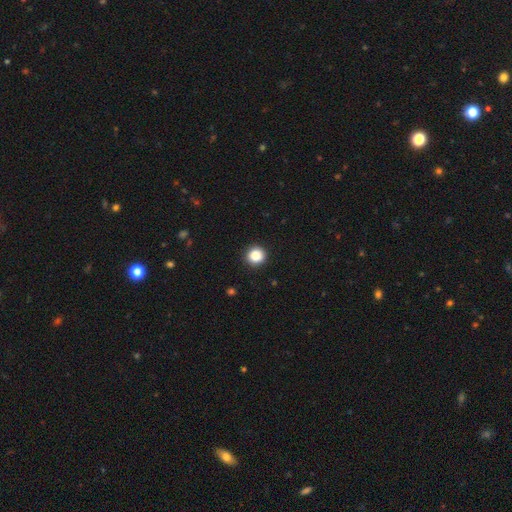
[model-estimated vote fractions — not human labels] This appears to be a smooth galaxy with no disk features (87%) that is round (94%). Merging: none (92%).